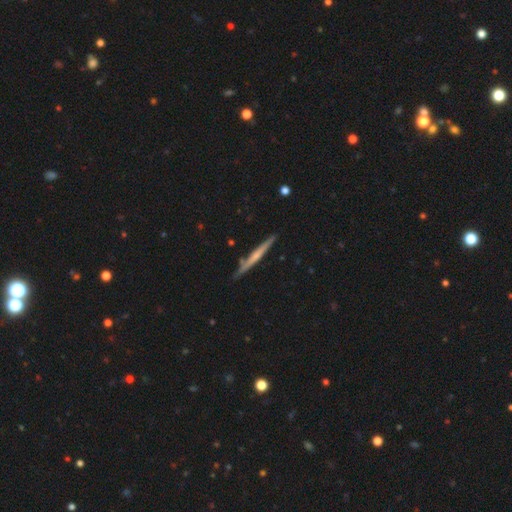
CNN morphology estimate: Smooth or featured? Predicted: featured or disk (p=0.55). Edge-on disk? Predicted: yes (p=0.96). Edge-on bulge? Predicted: none (p=0.62). Merging? Predicted: none (p=0.83).